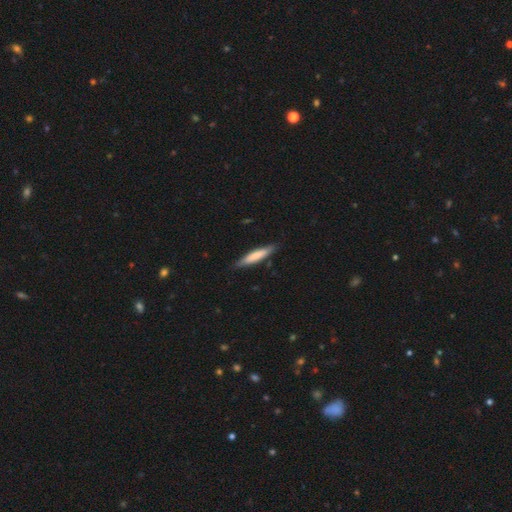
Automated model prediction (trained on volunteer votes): The model was most divided on "smooth or featured": smooth: 71%, featured or disk: 24%, star or artifact: 5%. More confident: how rounded — cigar-shaped (87%); merging — none (84%).